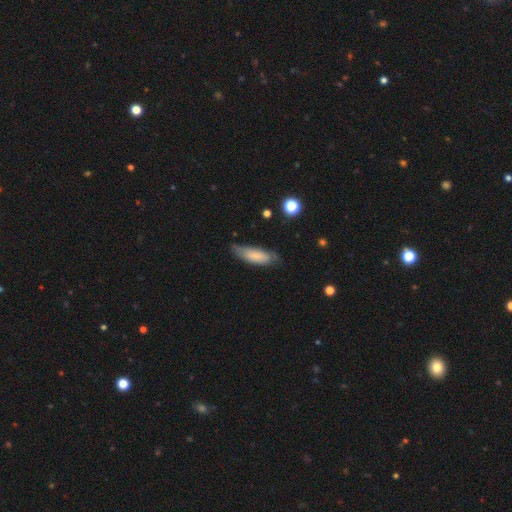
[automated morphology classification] Overall: smooth (77%). How rounded: in between (59%; cigar-shaped 39%). Merging: none (68%).